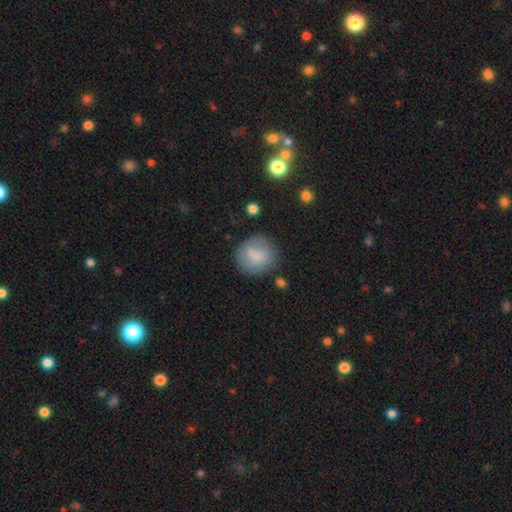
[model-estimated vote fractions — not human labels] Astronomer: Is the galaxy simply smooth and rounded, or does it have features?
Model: smooth — 77%.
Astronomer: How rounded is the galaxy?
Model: round — 83%.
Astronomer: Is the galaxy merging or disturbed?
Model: none — 69%.